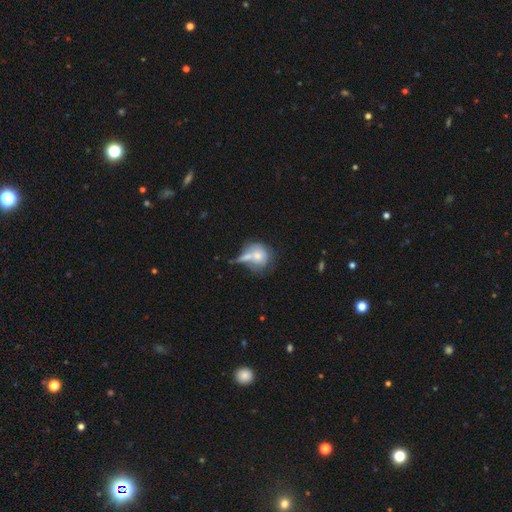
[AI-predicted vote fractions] Q: Smooth or featured?
A: smooth (65%); runner-up: featured or disk (27%)
Q: How rounded?
A: round (75%); runner-up: in between (23%)
Q: Merging?
A: merger (37%); runner-up: none (33%)